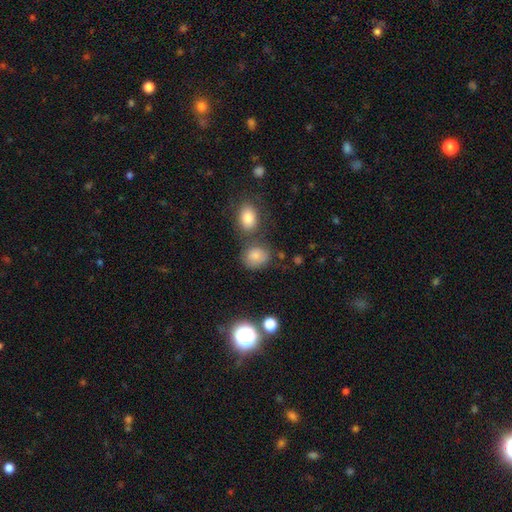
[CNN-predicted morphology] Smooth or featured? smooth (80%)
How rounded? round (56%)
Merging? none (61%)